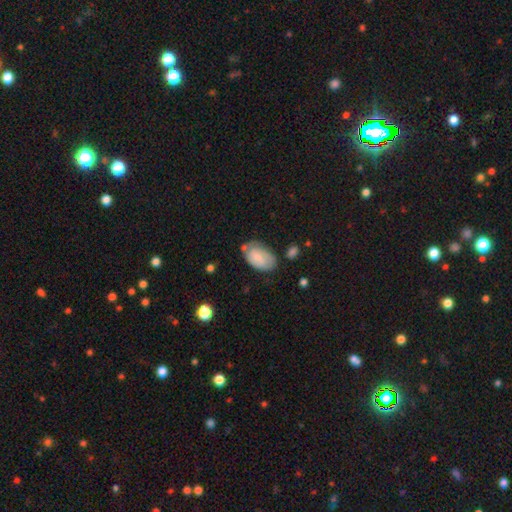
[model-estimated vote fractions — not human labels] Smooth or featured: smooth — 62% (featured or disk — 30%)
How rounded: in between — 92% (round — 6%)
Merging: none — 60% (minor disturbance — 28%)